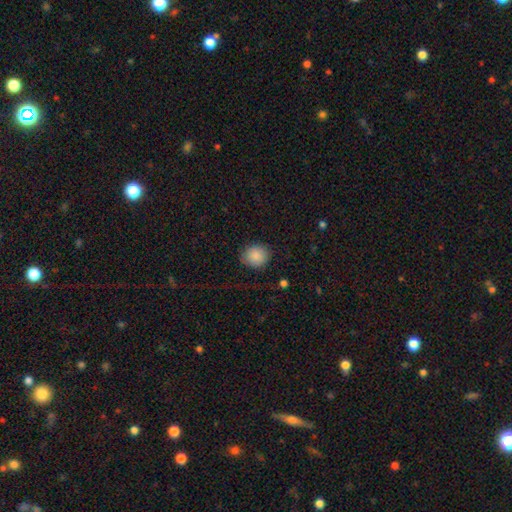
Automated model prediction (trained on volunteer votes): This is clearly a smooth galaxy (87%). How rounded: likely round (80%). Merging: clearly none (83%).